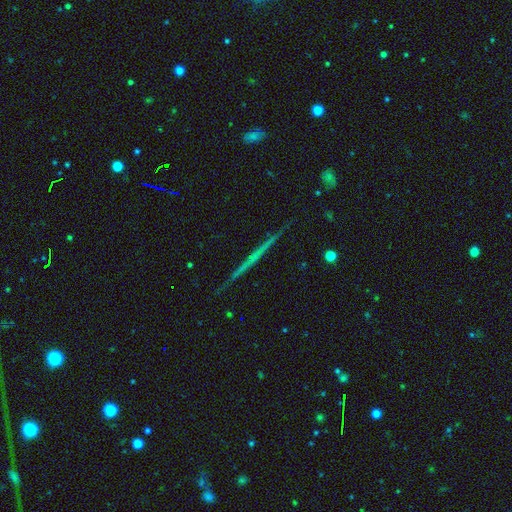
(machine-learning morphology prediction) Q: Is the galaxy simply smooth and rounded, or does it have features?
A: featured or disk — 63%.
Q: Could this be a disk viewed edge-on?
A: yes — 97%.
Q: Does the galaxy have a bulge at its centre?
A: none — 86%.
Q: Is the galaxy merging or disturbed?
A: none — 92%.